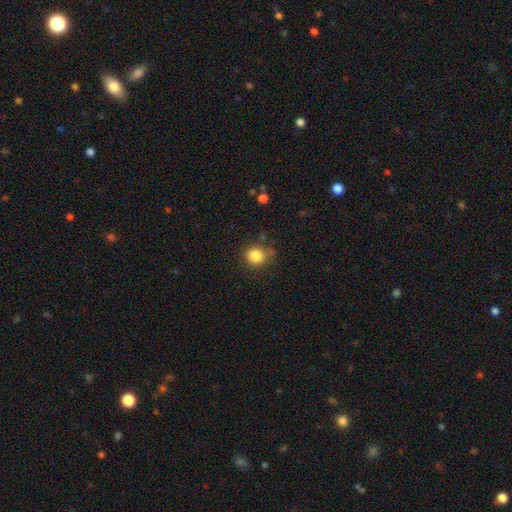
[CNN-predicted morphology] This appears to be a smooth galaxy with no disk features (84%) that is round (80%). Merging: none (74%).